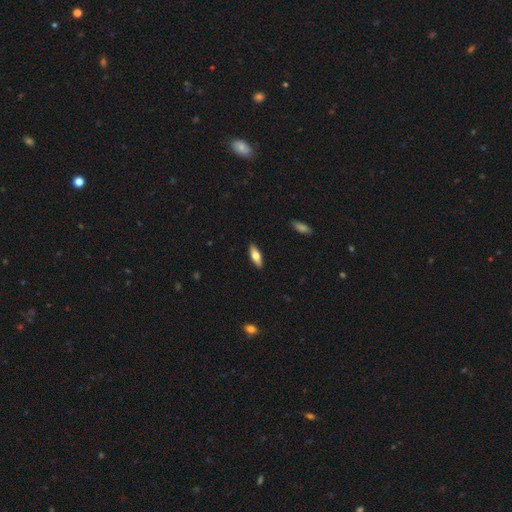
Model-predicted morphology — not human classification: Smooth or featured?
  - smooth: 65% *
  - featured or disk: 29%
  - star or artifact: 6%
How rounded?
  - in between: 63% *
  - cigar-shaped: 35%
  - round: 2%
Merging?
  - none: 90% *
  - minor disturbance: 8%
  - major disturbance: 2%
  - merger: 1%